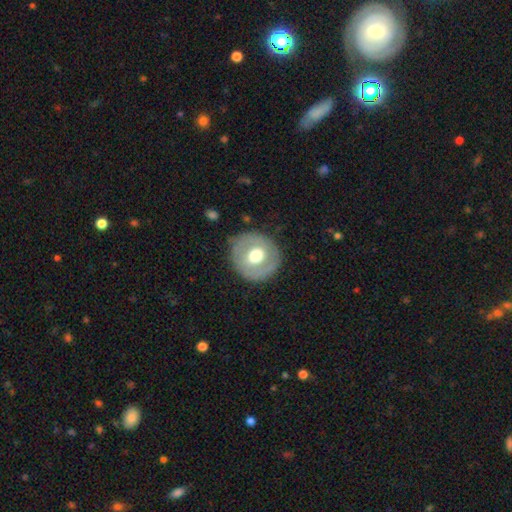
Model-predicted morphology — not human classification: Smooth or featured?
  - smooth: 51% *
  - featured or disk: 42%
  - star or artifact: 7%
How rounded?
  - round: 89% *
  - in between: 10%
  - cigar-shaped: 1%
Merging?
  - none: 83% *
  - minor disturbance: 11%
  - major disturbance: 4%
  - merger: 1%